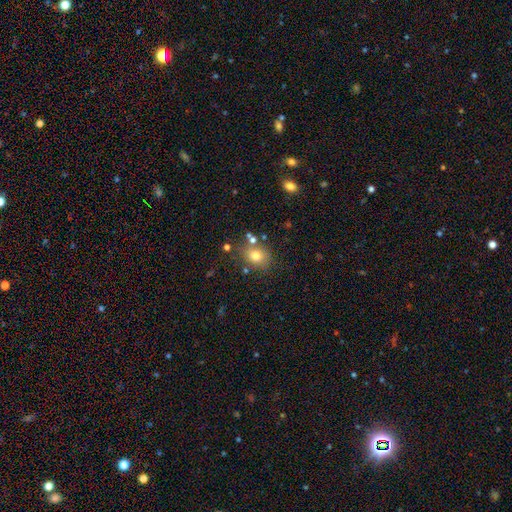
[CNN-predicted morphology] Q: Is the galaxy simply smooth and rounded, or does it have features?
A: smooth — 75%.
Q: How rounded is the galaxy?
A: round — 59%.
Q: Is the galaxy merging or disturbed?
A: none — 72%.